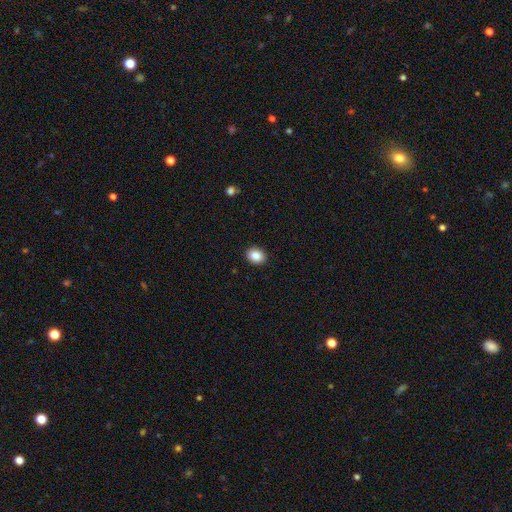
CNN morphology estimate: smooth-or-featured: smooth: 87% | star or artifact: 9% | featured or disk: 4%
  how-rounded: round: 52% | in between: 47% | cigar-shaped: 1%
  merging: none: 91% | minor disturbance: 6% | major disturbance: 2% | merger: 1%